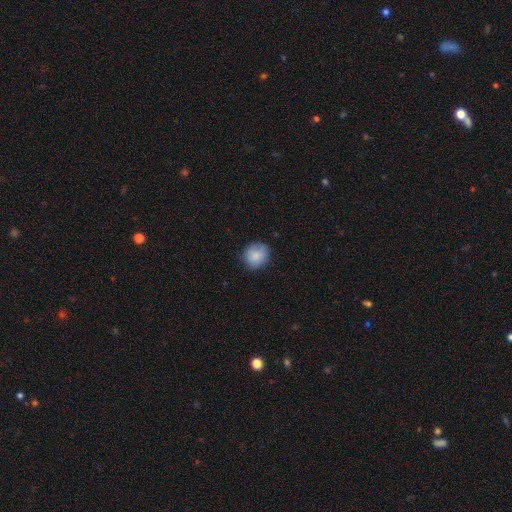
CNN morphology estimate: type=smooth (86%); roundness=round (83%); merging=none (79%).